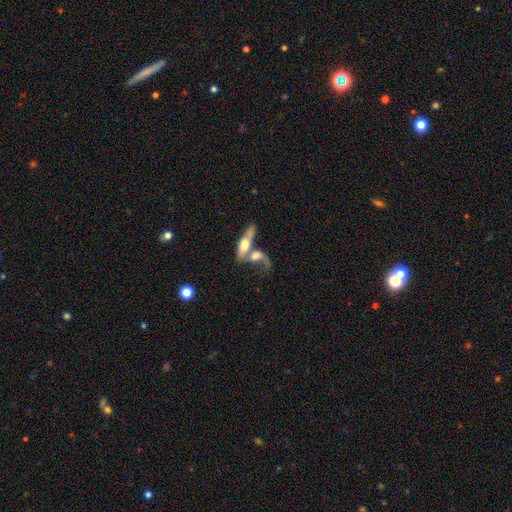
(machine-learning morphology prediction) This is possibly a featured or disk galaxy (47%). Merging: likely merger (69%).